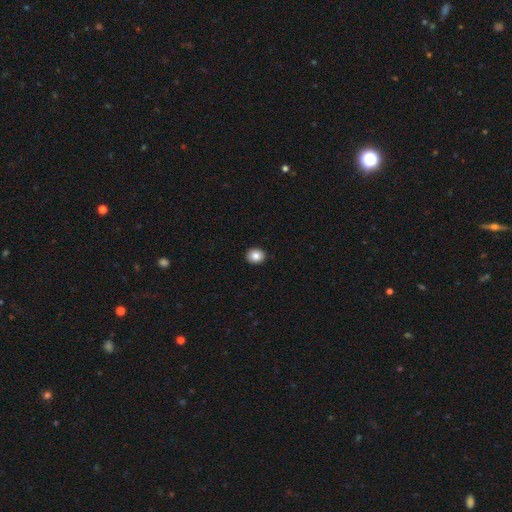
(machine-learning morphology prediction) This appears to be a smooth galaxy with no disk features (85%) that is round (73%). Merging: none (92%).